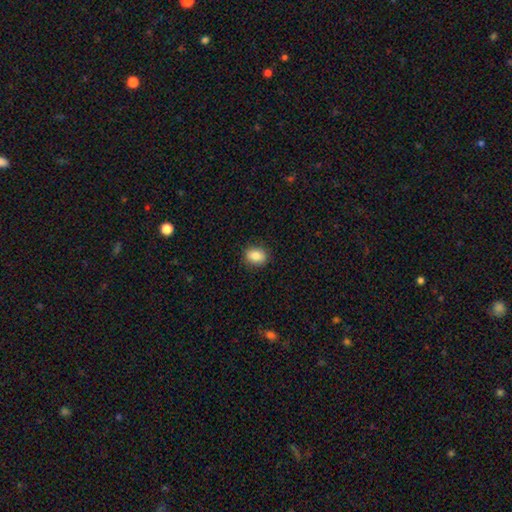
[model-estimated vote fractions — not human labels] This appears to be a smooth galaxy with no disk features (86%) that is in between round and cigar-shaped (68%). Merging: none (88%).